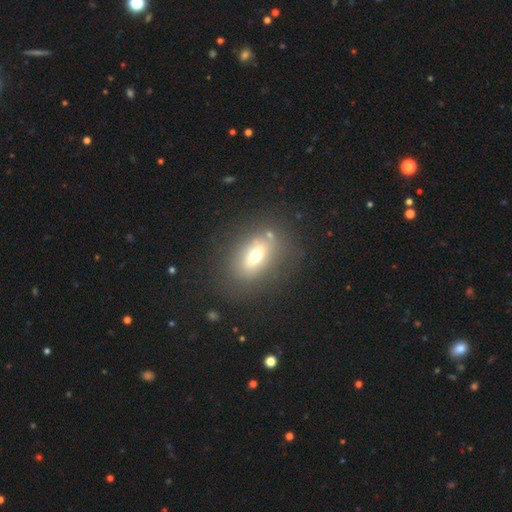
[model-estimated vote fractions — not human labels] Q: Smooth or featured?
A: smooth (56%); runner-up: featured or disk (32%)
Q: How rounded?
A: in between (75%); runner-up: round (16%)
Q: Merging?
A: none (75%); runner-up: minor disturbance (13%)